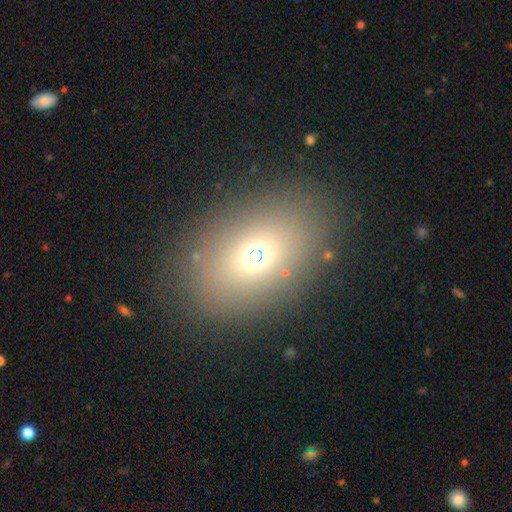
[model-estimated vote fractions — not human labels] Q: Smooth or featured?
A: smooth (65%); runner-up: featured or disk (18%)
Q: How rounded?
A: in between (79%); runner-up: round (19%)
Q: Merging?
A: none (82%); runner-up: minor disturbance (10%)